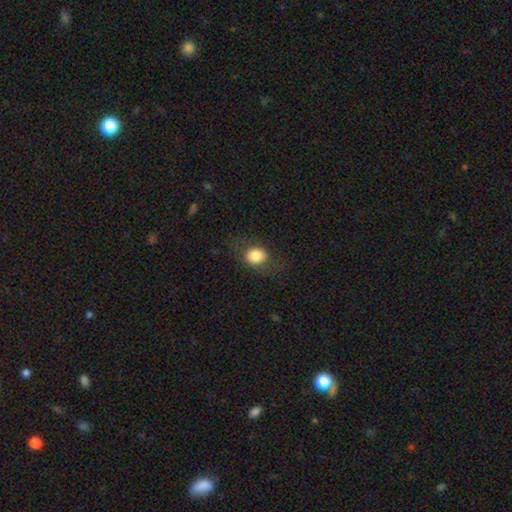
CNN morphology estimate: smooth_or_featured: smooth (p=0.80) [alt: featured or disk p=0.11]
how_rounded: round (p=0.61) [alt: in between p=0.38]
merging: none (p=0.74) [alt: minor disturbance p=0.16]